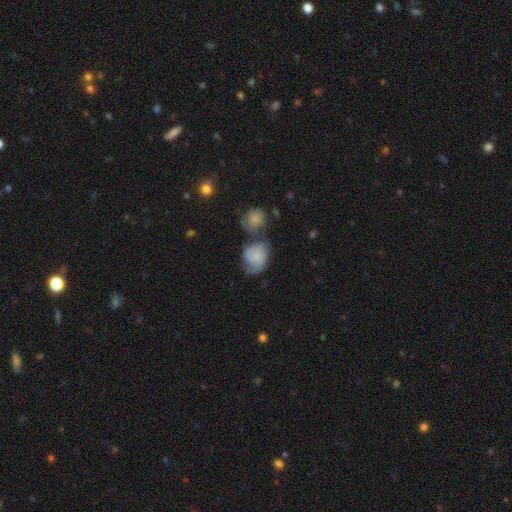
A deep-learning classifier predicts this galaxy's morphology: A smooth galaxy with no disk features (51%) that is round (52%).

Vote fractions:
- Smooth or featured? smooth: 51% / featured or disk: 41% / star or artifact: 8%
- How rounded? round: 52% / in between: 46% / cigar-shaped: 1%
- Merging? none: 30% / merger: 28% / minor disturbance: 23% / major disturbance: 19%